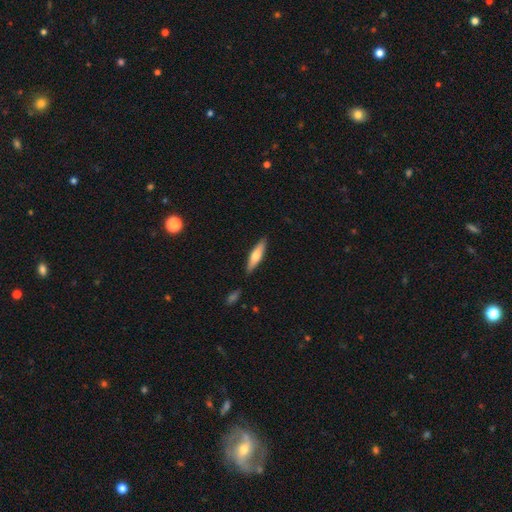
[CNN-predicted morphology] This appears to be a smooth galaxy with no disk features (61%) that is cigar-shaped (74%). Merging: none (86%).